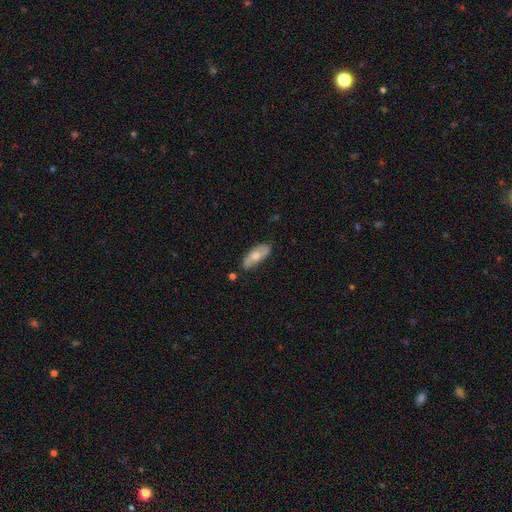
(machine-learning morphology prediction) smooth-or-featured: featured or disk: 48% | smooth: 45% | star or artifact: 7%
  merging: none: 78% | minor disturbance: 16% | major disturbance: 3% | merger: 2%